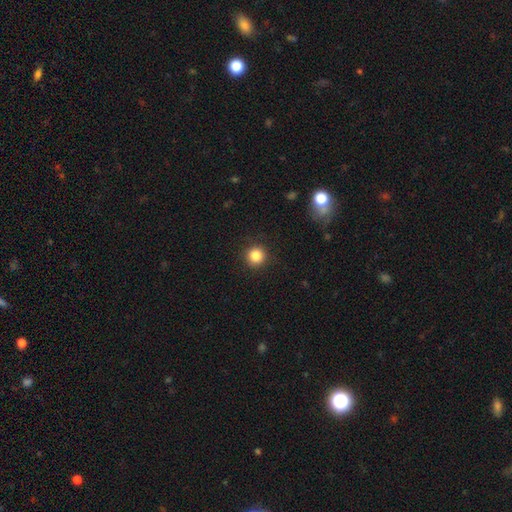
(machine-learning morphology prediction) Smooth or featured? Predicted: smooth (p=0.85). How rounded? Predicted: round (p=0.95). Merging? Predicted: none (p=0.92).